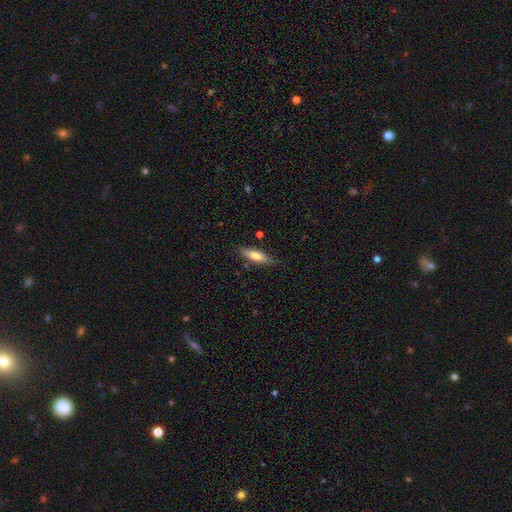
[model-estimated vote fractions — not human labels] Overall: smooth (73%). How rounded: cigar-shaped (50%; in between 48%). Merging: none (80%).